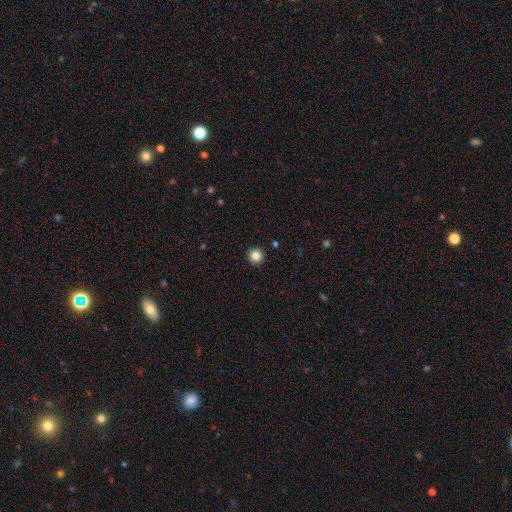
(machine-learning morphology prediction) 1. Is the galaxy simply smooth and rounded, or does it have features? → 84% smooth, 11% star or artifact, 5% featured or disk.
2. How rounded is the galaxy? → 96% round, 3% in between, 1% cigar-shaped.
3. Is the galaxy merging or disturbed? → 93% none, 4% minor disturbance, 1% major disturbance, 1% merger.